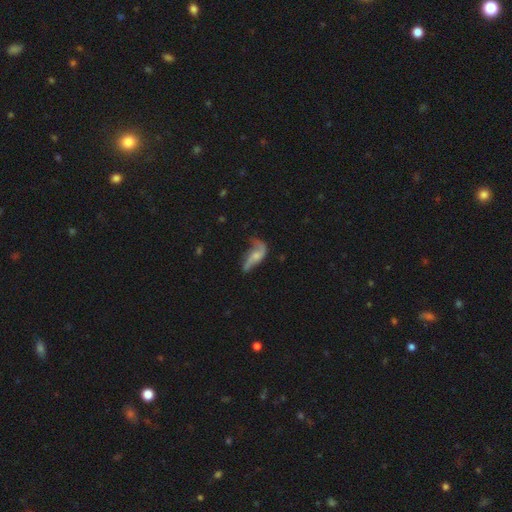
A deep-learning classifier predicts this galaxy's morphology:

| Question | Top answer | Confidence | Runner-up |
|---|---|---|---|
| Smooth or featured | featured or disk | 61% | smooth (31%) |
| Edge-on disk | no | 88% | yes (12%) |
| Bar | no | 67% | weak (25%) |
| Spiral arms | yes | 80% | no (20%) |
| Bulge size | small | 47% | moderate (31%) |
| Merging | none | 36% | major disturbance (31%) |